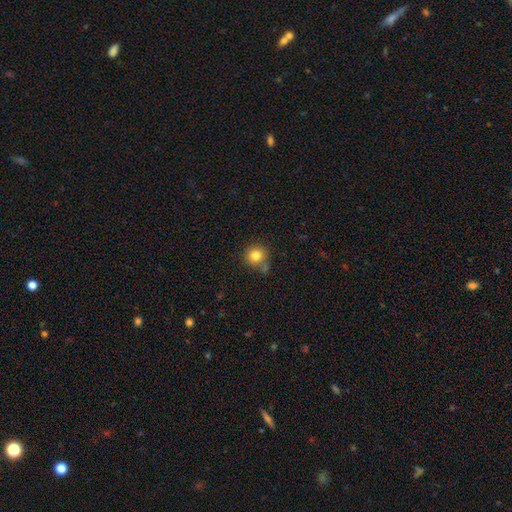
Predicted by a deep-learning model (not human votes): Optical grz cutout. It shows a smooth galaxy with no disk features (81%) that is round (92%). Merging: none (72%).